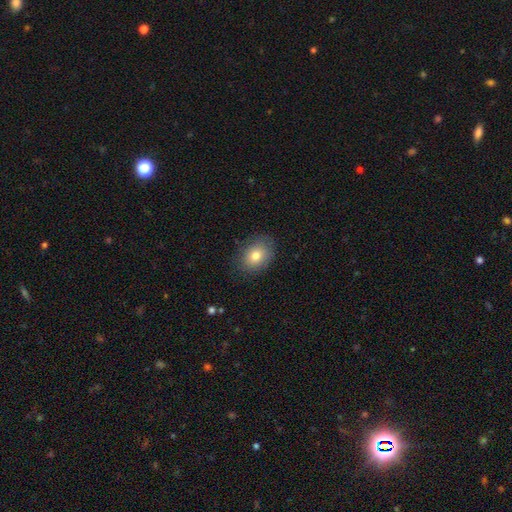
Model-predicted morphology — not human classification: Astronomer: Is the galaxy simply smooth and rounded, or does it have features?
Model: smooth — 80%.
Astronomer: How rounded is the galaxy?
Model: in between — 66%.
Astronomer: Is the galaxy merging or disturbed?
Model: none — 84%.